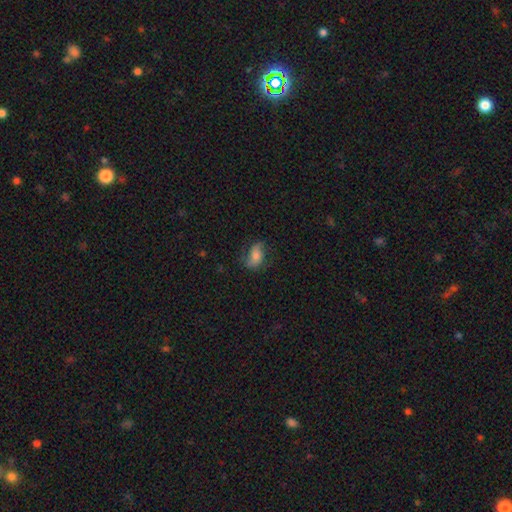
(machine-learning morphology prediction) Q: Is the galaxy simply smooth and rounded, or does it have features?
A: smooth — 62%.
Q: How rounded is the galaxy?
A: in between — 86%.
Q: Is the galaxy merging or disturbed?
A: none — 62%.